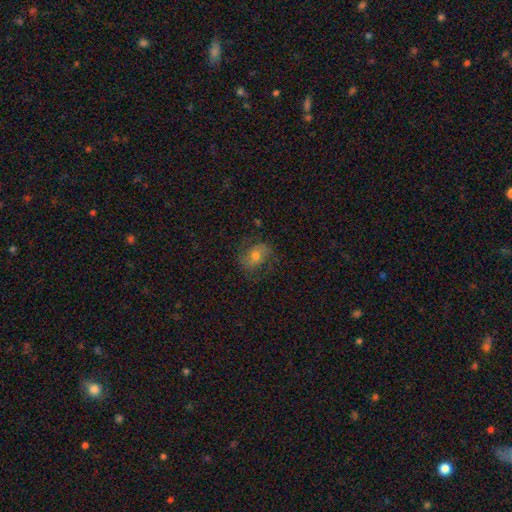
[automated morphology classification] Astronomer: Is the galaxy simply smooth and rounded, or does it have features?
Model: featured or disk — 47% (runner-up: smooth, 40%).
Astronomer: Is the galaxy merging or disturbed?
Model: none — 71%.